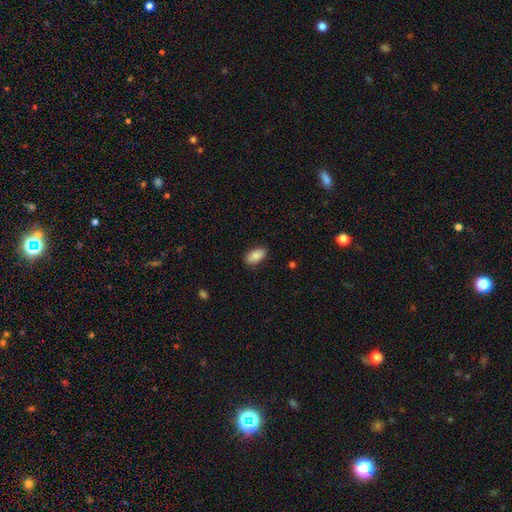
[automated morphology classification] Q: Smooth or featured?
A: smooth (87%); runner-up: star or artifact (7%)
Q: How rounded?
A: in between (94%); runner-up: cigar-shaped (3%)
Q: Merging?
A: none (86%); runner-up: minor disturbance (11%)